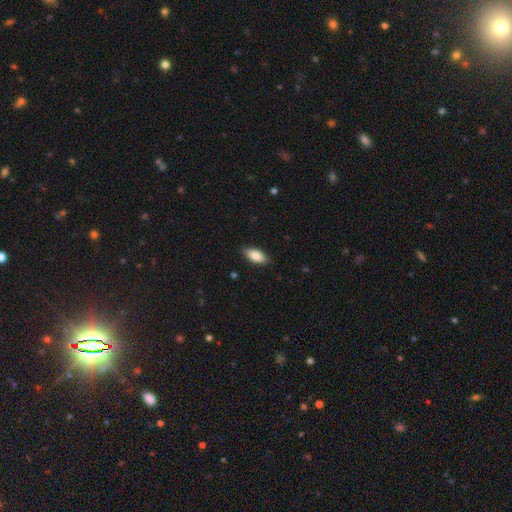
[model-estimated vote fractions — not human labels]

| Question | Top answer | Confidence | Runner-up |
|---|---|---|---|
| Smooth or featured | smooth | 85% | featured or disk (9%) |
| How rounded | in between | 85% | cigar-shaped (13%) |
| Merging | none | 85% | minor disturbance (12%) |